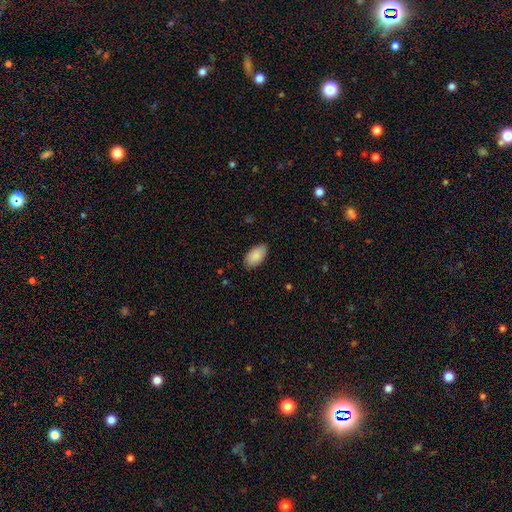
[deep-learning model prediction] Smooth or featured? Predicted: smooth (p=0.89). How rounded? Predicted: in between (p=0.95). Merging? Predicted: none (p=0.83).